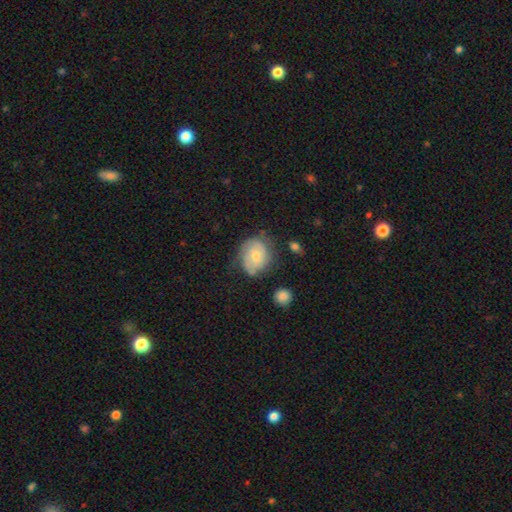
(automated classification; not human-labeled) smooth-or-featured: smooth: 50% | featured or disk: 42% | star or artifact: 8%
  how-rounded: round: 67% | in between: 32% | cigar-shaped: 1%
  merging: none: 60% | minor disturbance: 28% | major disturbance: 9% | merger: 3%